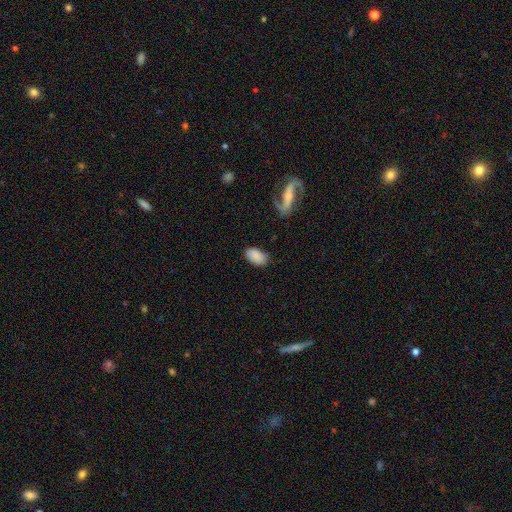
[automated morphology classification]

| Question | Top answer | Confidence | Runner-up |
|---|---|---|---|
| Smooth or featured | smooth | 84% | featured or disk (8%) |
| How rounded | in between | 93% | round (5%) |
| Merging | none | 76% | minor disturbance (17%) |